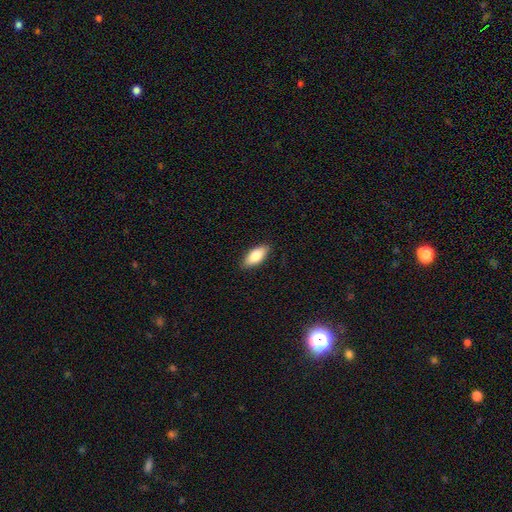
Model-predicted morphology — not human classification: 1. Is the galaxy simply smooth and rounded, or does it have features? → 81% smooth, 13% featured or disk, 6% star or artifact.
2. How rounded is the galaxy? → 85% in between, 12% cigar-shaped, 2% round.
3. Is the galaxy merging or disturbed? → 88% none, 9% minor disturbance, 2% major disturbance, 1% merger.